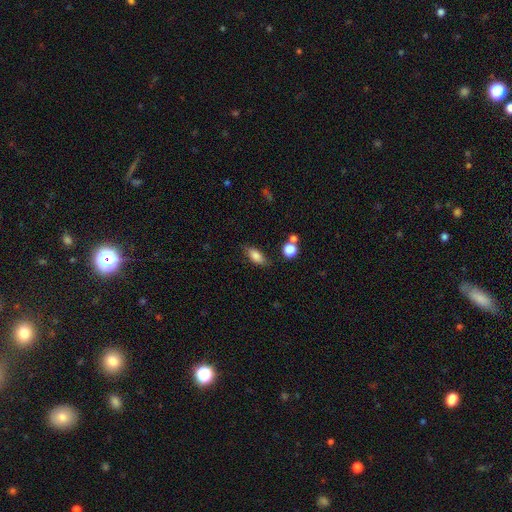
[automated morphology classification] smooth-or-featured: smooth: 81% | featured or disk: 10% | star or artifact: 8%
  how-rounded: in between: 83% | cigar-shaped: 11% | round: 6%
  merging: none: 74% | minor disturbance: 17% | major disturbance: 4% | merger: 4%